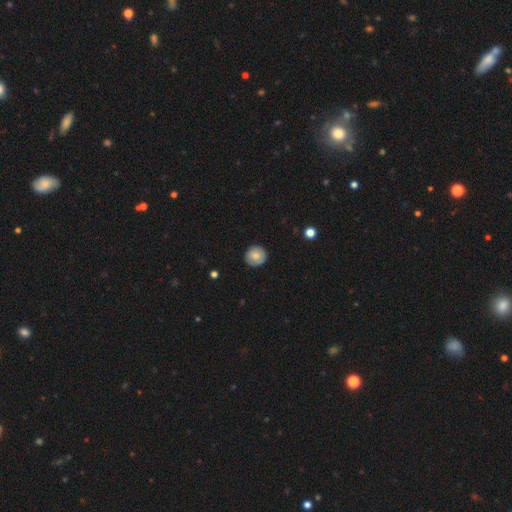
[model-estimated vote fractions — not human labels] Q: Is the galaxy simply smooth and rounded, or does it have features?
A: smooth — 75%.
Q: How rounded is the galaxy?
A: round — 92%.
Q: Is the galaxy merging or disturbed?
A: none — 86%.